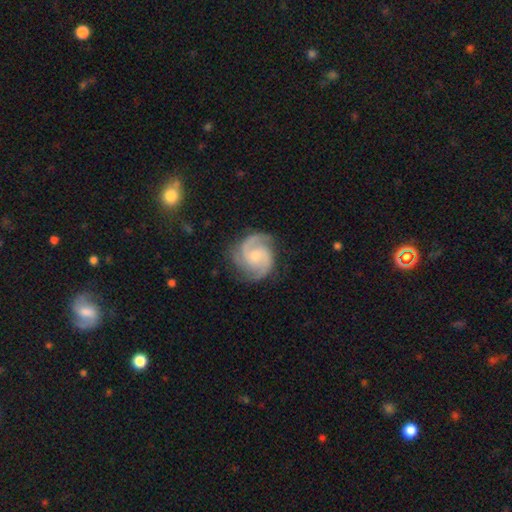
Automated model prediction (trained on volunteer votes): smooth_or_featured: featured or disk (p=0.89) [alt: smooth p=0.06]
disk_edge_on: no (p=0.98) [alt: yes p=0.02]
bar: no (p=0.64) [alt: weak p=0.31]
has_spiral_arms: yes (p=0.98) [alt: no p=0.02]
spiral_winding: medium (p=0.47) [alt: tight p=0.45]
spiral_arm_count: 2 (p=0.57) [alt: 3 p=0.29]
bulge_size: moderate (p=0.54) [alt: small p=0.41]
merging: none (p=0.79) [alt: minor disturbance p=0.16]